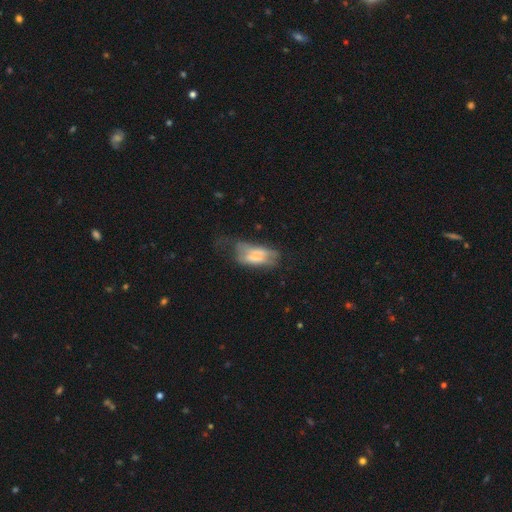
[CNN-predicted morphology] The model was most divided on "smooth or featured": smooth: 51%, featured or disk: 38%, star or artifact: 11%. Remaining: how rounded — in between (83%); merging — major disturbance (43%).